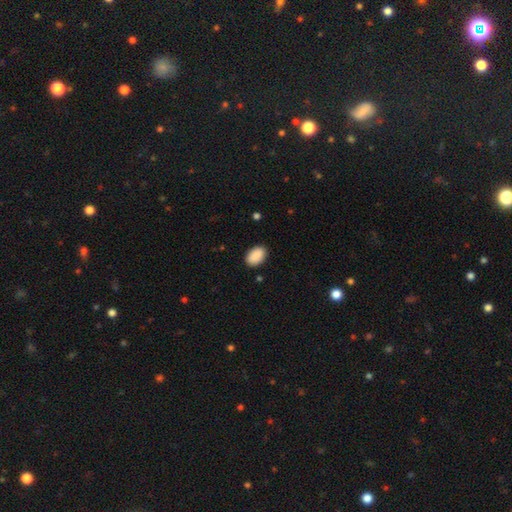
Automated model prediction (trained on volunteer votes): Morphology: type=smooth (91%); roundness=in between (90%); merging=none (88%).